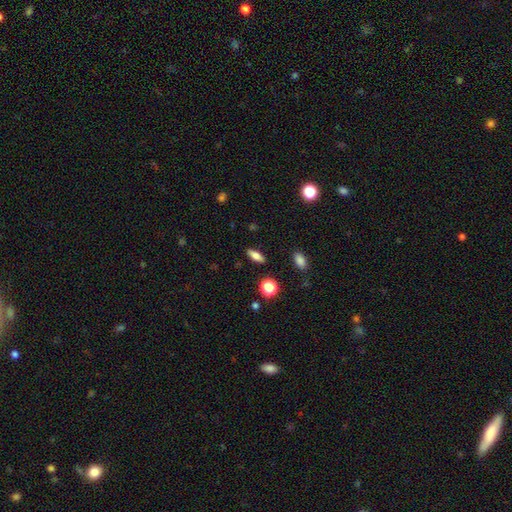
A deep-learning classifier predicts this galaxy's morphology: smooth_or_featured: smooth (p=0.66) [alt: featured or disk p=0.24]
how_rounded: in between (p=0.67) [alt: cigar-shaped p=0.27]
merging: none (p=0.88) [alt: minor disturbance p=0.08]